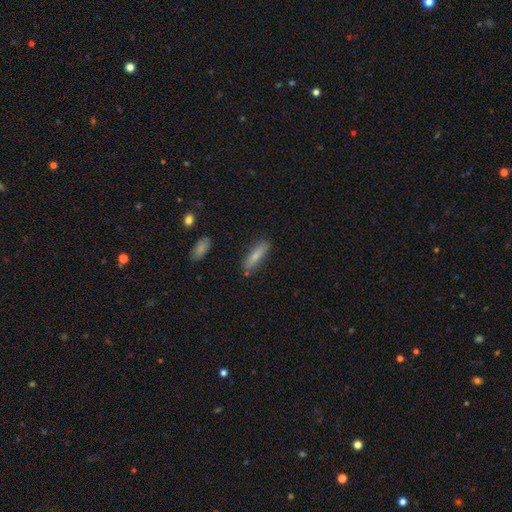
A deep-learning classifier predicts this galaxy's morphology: Q: Smooth or featured?
A: smooth (72%); runner-up: featured or disk (21%)
Q: How rounded?
A: cigar-shaped (69%); runner-up: in between (29%)
Q: Merging?
A: none (83%); runner-up: minor disturbance (12%)